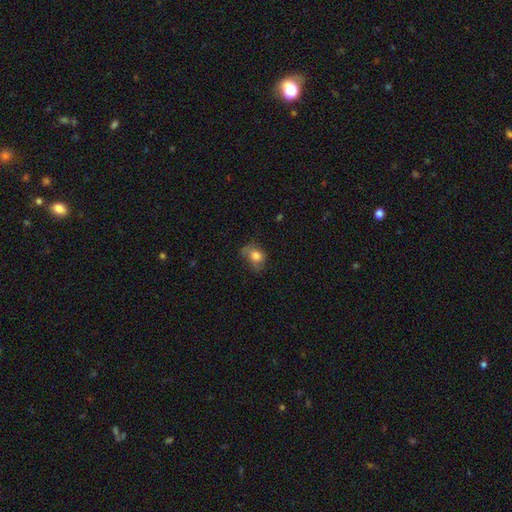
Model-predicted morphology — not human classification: smooth 73%, featured or disk 17%, star or artifact 10%. Down the decision tree: how rounded — in between (57%); merging — none (40%).